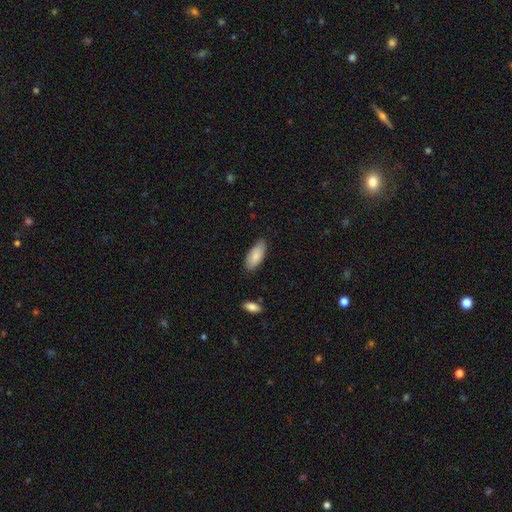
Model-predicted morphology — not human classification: This appears to be a smooth galaxy with no disk features (83%) that is in between round and cigar-shaped (89%). Merging: none (80%).